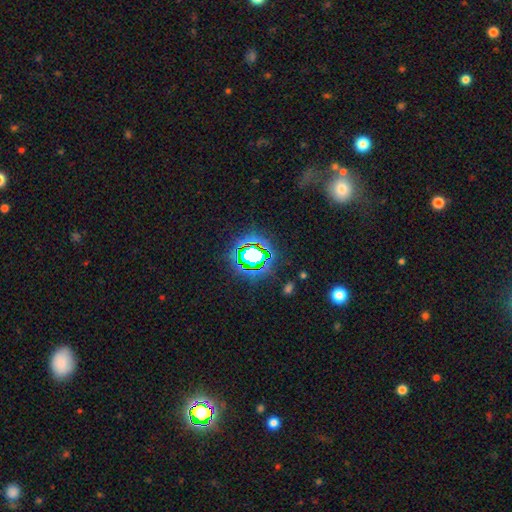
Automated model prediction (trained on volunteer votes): A star or artifact, not a galaxy (67%).